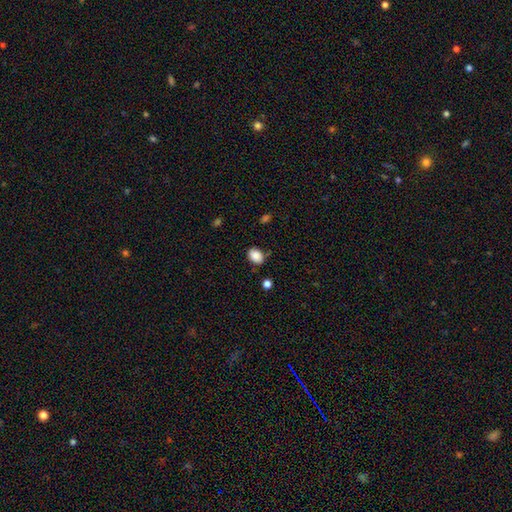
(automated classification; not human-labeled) This is clearly a smooth galaxy (88%). How rounded: likely in between (75%). Merging: likely none (78%).